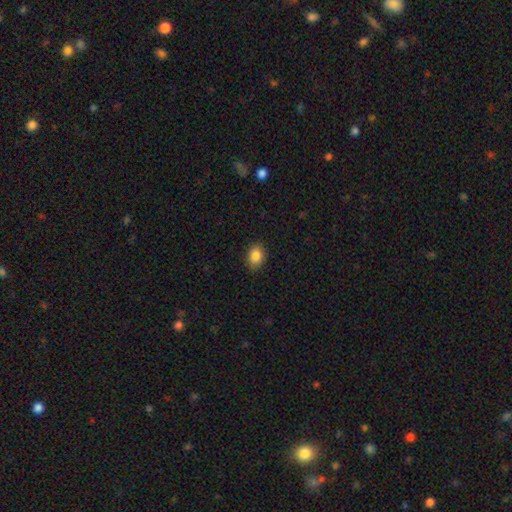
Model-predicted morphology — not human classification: Smooth or featured?
  - smooth: 86% *
  - star or artifact: 9%
  - featured or disk: 6%
How rounded?
  - in between: 74% *
  - round: 25%
  - cigar-shaped: 1%
Merging?
  - none: 88% *
  - minor disturbance: 9%
  - major disturbance: 2%
  - merger: 1%